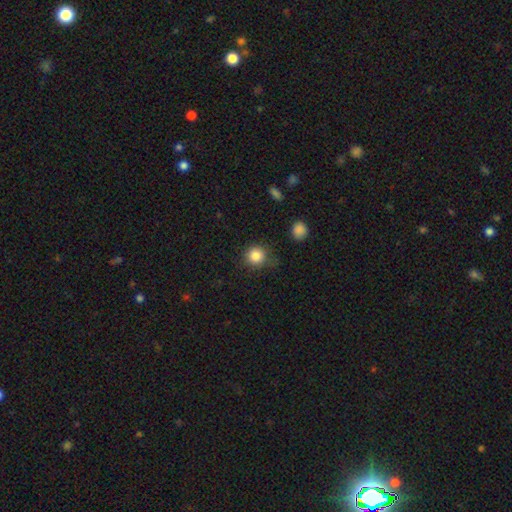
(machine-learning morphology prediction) This appears to be a smooth galaxy with no disk features (85%) that is round (92%). Merging: none (78%).